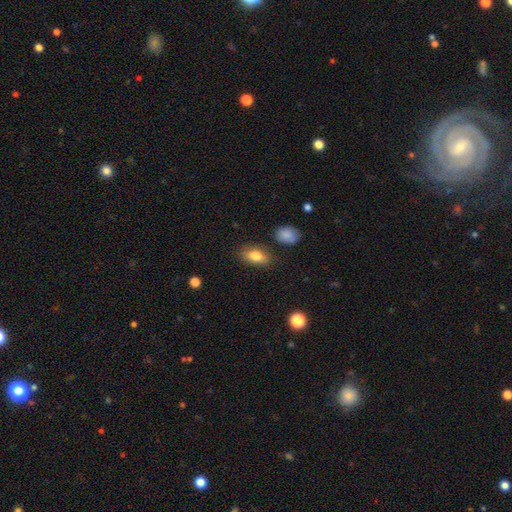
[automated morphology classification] Smooth or featured: smooth — 79% (featured or disk — 13%)
How rounded: in between — 85% (cigar-shaped — 8%)
Merging: none — 81% (minor disturbance — 13%)